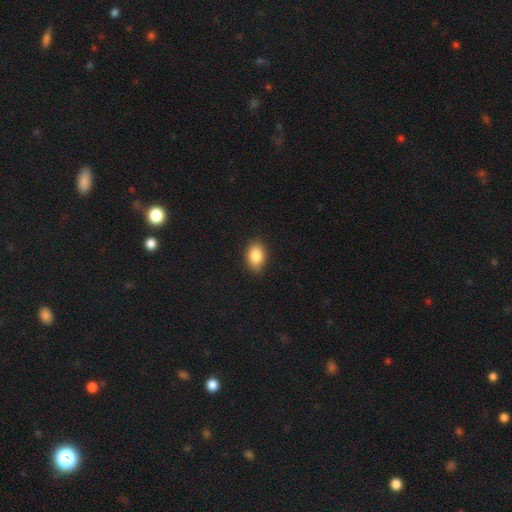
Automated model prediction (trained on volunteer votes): A smooth galaxy with no disk features (84%) that is in between round and cigar-shaped (84%).

Vote fractions:
- Smooth or featured? smooth: 84% / star or artifact: 8% / featured or disk: 8%
- How rounded? in between: 84% / round: 15% / cigar-shaped: 1%
- Merging? none: 87% / minor disturbance: 10% / major disturbance: 2% / merger: 1%